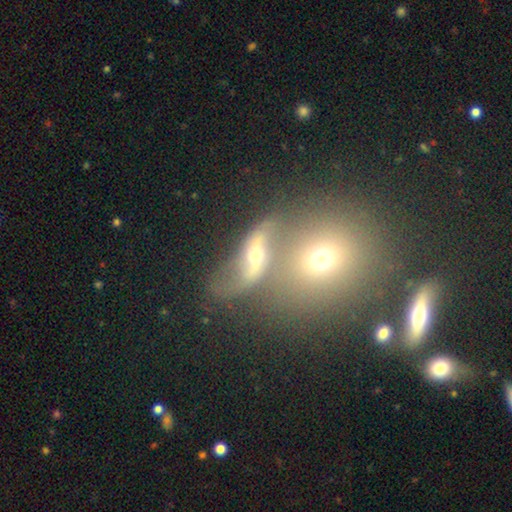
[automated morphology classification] smooth_or_featured: featured or disk (p=0.57) [alt: smooth p=0.26]
disk_edge_on: no (p=0.83) [alt: yes p=0.17]
merging: none (p=0.39) [alt: merger p=0.38]